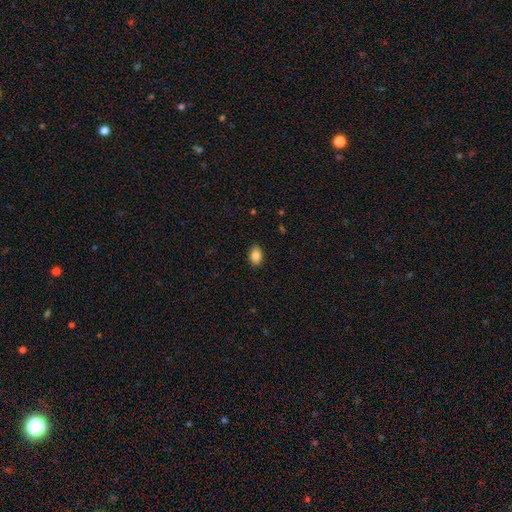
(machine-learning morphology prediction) type=smooth (85%); roundness=in between (87%); merging=none (87%).